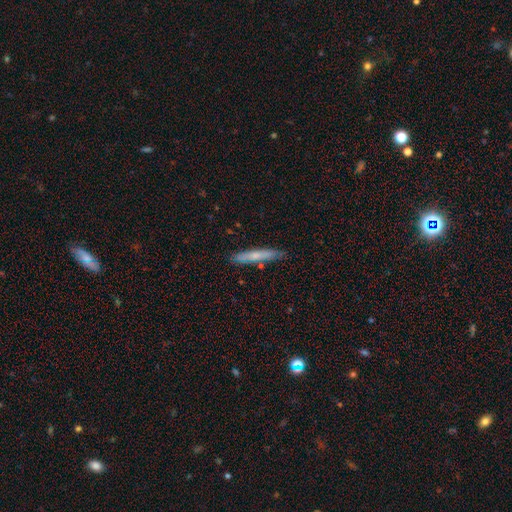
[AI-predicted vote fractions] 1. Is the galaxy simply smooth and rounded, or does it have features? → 63% smooth, 31% featured or disk, 6% star or artifact.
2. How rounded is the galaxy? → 93% cigar-shaped, 5% in between, 1% round.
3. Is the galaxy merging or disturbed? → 84% none, 12% minor disturbance, 3% merger, 2% major disturbance.